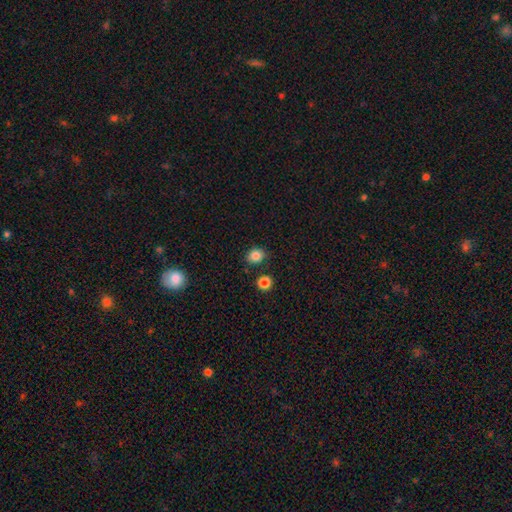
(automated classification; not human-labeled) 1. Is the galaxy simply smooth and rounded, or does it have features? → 84% smooth, 11% star or artifact, 4% featured or disk.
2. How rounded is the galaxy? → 72% round, 27% in between, 1% cigar-shaped.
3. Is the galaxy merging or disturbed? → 82% none, 11% minor disturbance, 4% merger, 3% major disturbance.